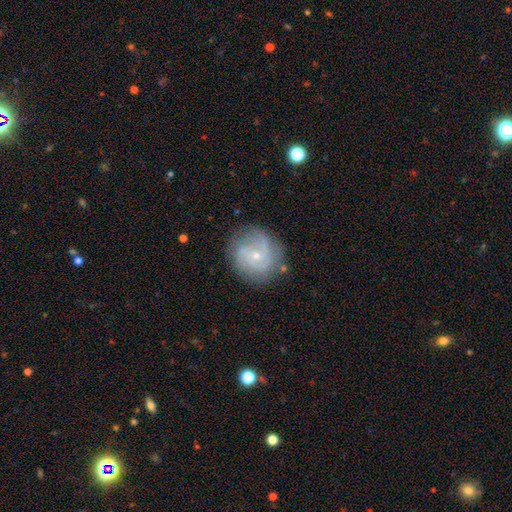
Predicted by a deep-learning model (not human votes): This is likely a featured or disk galaxy (75%). It is clearly not viewed edge-on (98%). Bar: possibly no (55%). Spiral arm pattern: clearly yes (91%). Spiral arm count: marginally 2 (40%). Spiral winding: possibly tight (46%). Central bulge: likely small (72%). Merging: likely none (74%).